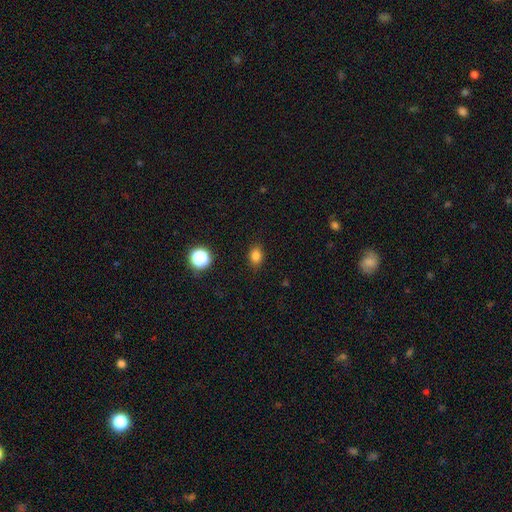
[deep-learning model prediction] Smooth or featured: smooth — 82% (star or artifact — 14%)
How rounded: in between — 62% (round — 37%)
Merging: none — 85% (minor disturbance — 11%)